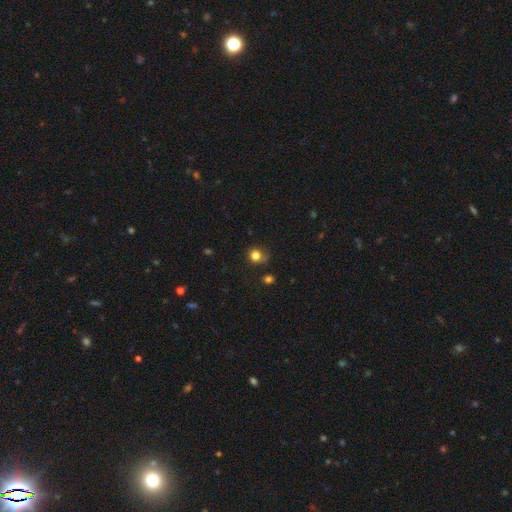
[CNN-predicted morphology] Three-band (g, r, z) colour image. It shows a smooth galaxy with no disk features (81%) that is round (85%). Merging: none (63%).